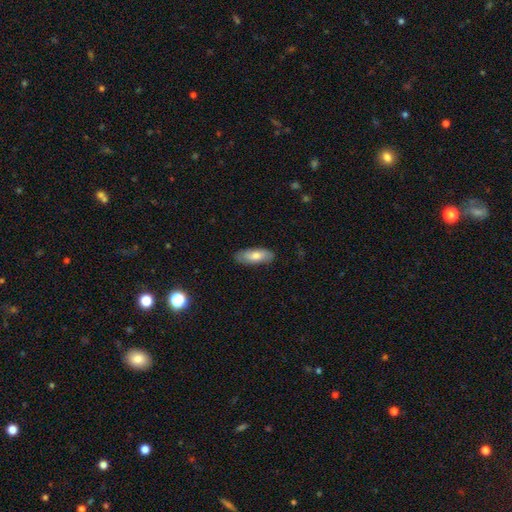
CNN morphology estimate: type=smooth (73%); roundness=in between (71%); merging=none (85%).